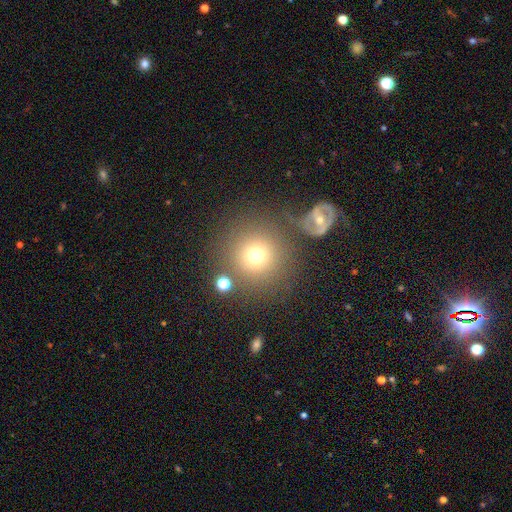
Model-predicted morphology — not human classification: smooth 72%, featured or disk 15%, star or artifact 13%. Down the decision tree: how rounded — round (93%); merging — none (72%).